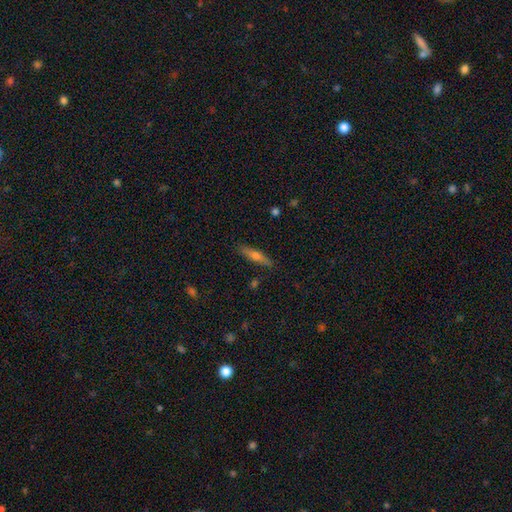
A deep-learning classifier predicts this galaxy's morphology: Overall: featured or disk (50%; smooth 42%). Merging: none (88%).